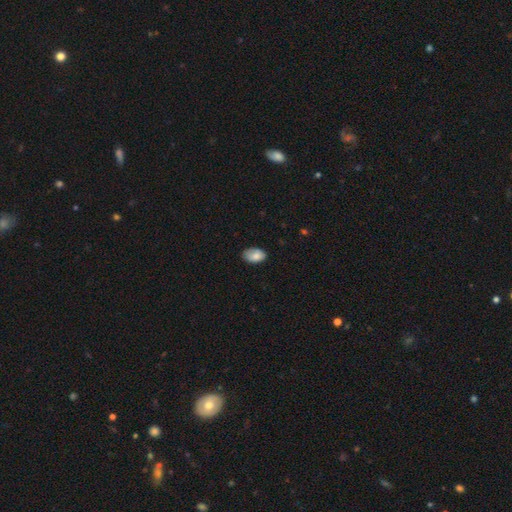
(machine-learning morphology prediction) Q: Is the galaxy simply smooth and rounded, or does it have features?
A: smooth — 83%.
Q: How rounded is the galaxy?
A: in between — 92%.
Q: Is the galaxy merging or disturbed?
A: none — 75%.